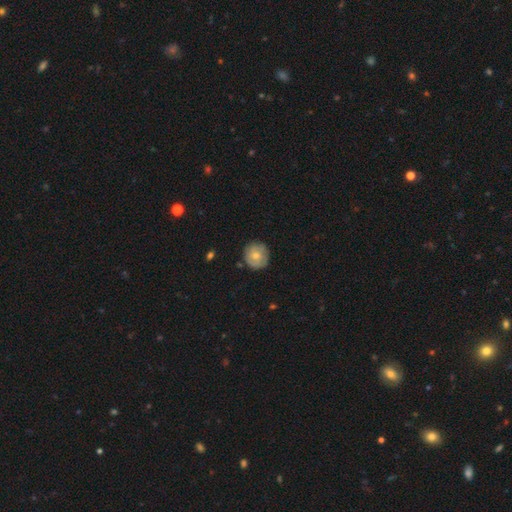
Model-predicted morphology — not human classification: type=smooth (62%); roundness=round (91%); merging=none (80%).